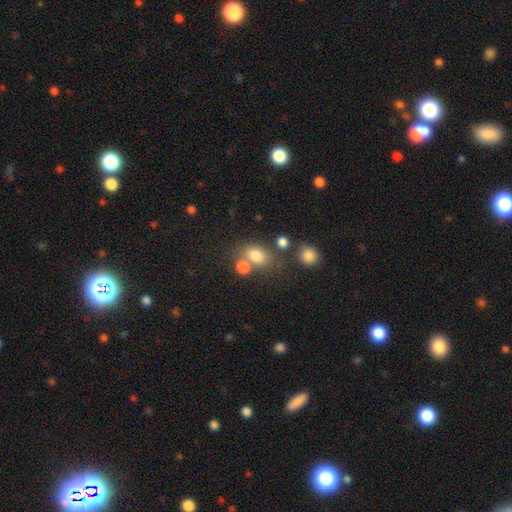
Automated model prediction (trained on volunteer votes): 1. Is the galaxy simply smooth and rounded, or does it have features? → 77% smooth, 13% star or artifact, 10% featured or disk.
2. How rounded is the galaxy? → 61% in between, 38% round, 2% cigar-shaped.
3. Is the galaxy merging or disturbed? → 55% none, 25% merger, 13% minor disturbance, 6% major disturbance.